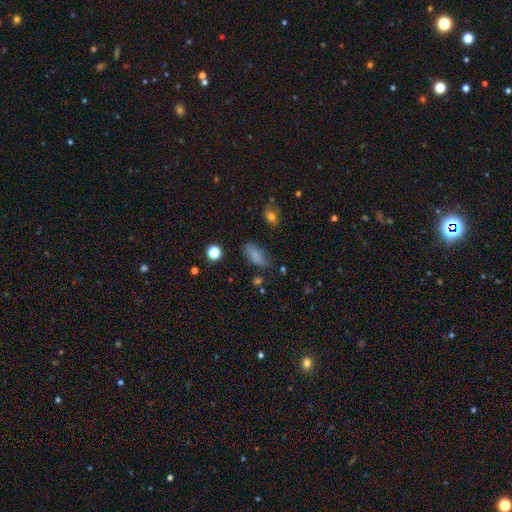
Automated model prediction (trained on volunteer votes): Morphology: type=smooth (76%); roundness=in between (80%); merging=none (62%).